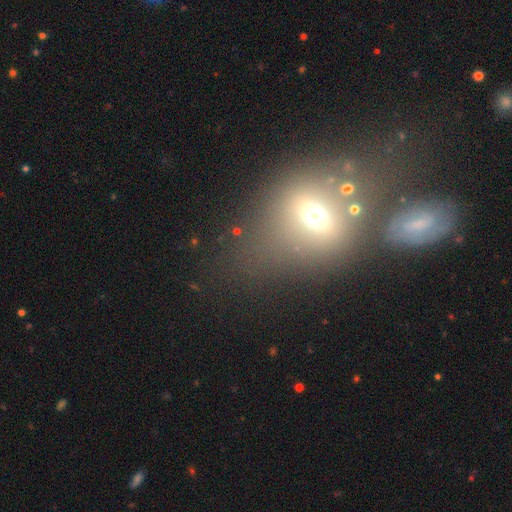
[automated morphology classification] Smooth or featured: smooth — 42% (featured or disk — 30%)
Merging: none — 42% (merger — 31%)